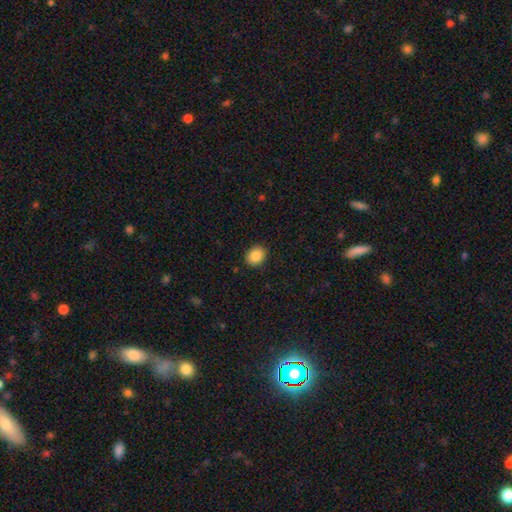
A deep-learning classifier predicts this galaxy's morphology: This is clearly a smooth galaxy (86%). How rounded: possibly round (60%). Merging: clearly none (90%).